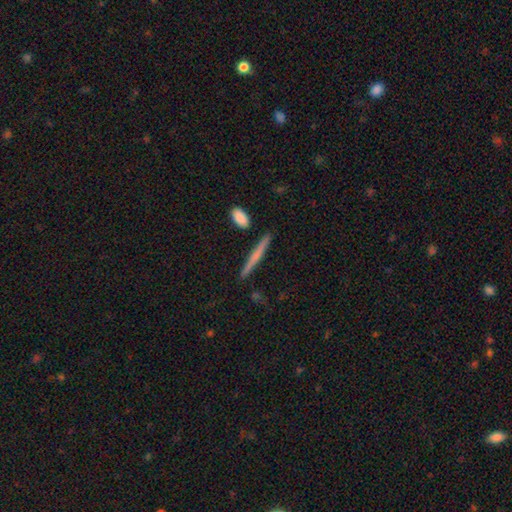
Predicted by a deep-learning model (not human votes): smooth_or_featured: smooth (p=0.52) [alt: featured or disk p=0.42]
how_rounded: cigar-shaped (p=0.94) [alt: in between p=0.04]
merging: none (p=0.88) [alt: minor disturbance p=0.07]